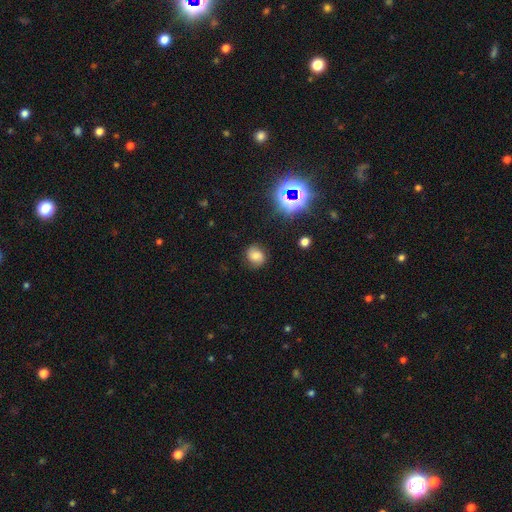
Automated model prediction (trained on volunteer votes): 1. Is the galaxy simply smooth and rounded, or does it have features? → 64% smooth, 18% star or artifact, 17% featured or disk.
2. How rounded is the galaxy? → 67% round, 32% in between, 1% cigar-shaped.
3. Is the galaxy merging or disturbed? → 80% none, 14% minor disturbance, 5% major disturbance, 1% merger.